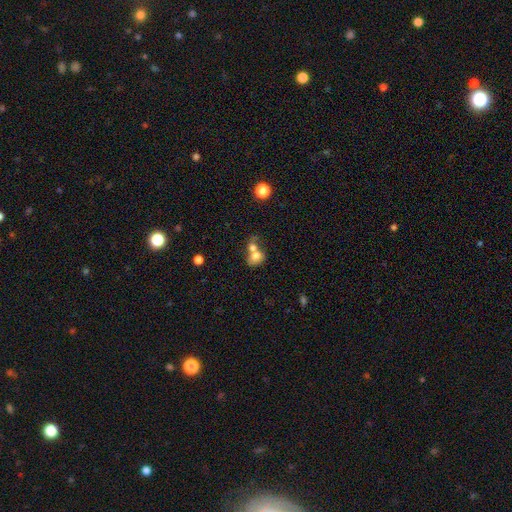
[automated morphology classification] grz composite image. It shows a smooth galaxy with no disk features (71%) that is in between round and cigar-shaped (51%). Merging: merger (68%).